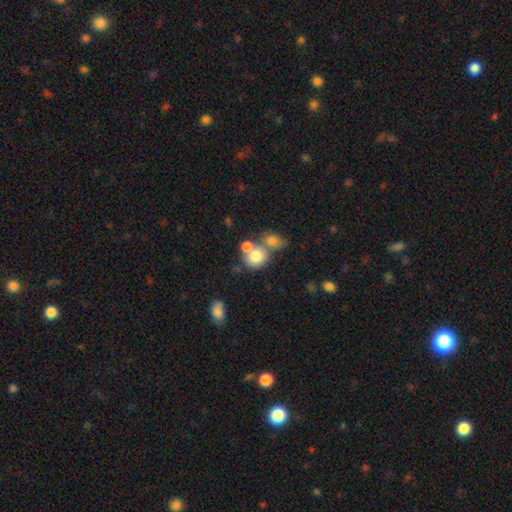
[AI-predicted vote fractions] This is likely a smooth galaxy (77%). How rounded: likely round (70%). Merging: possibly merger (45%).